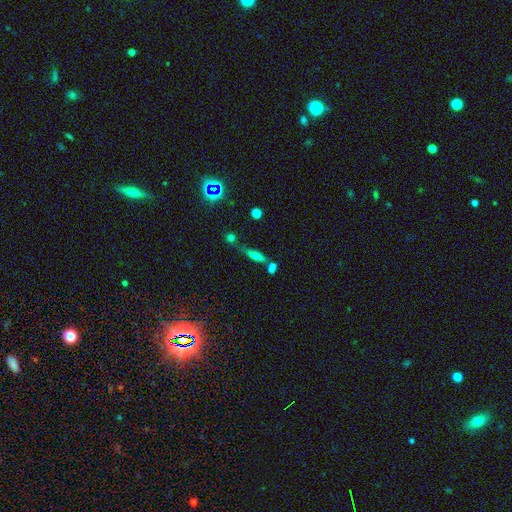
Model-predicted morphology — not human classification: Smooth or featured?
  - smooth: 53% *
  - featured or disk: 33%
  - star or artifact: 13%
How rounded?
  - cigar-shaped: 63% *
  - in between: 32%
  - round: 5%
Merging?
  - none: 46% *
  - merger: 30%
  - minor disturbance: 16%
  - major disturbance: 8%